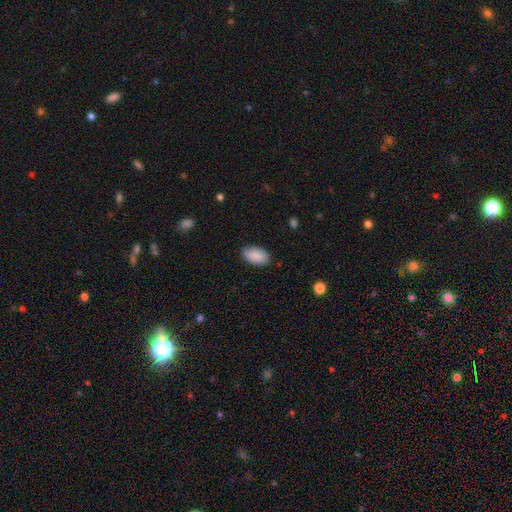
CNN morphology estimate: Q: Smooth or featured?
A: smooth (90%); runner-up: star or artifact (6%)
Q: How rounded?
A: in between (95%); runner-up: round (3%)
Q: Merging?
A: none (86%); runner-up: minor disturbance (10%)